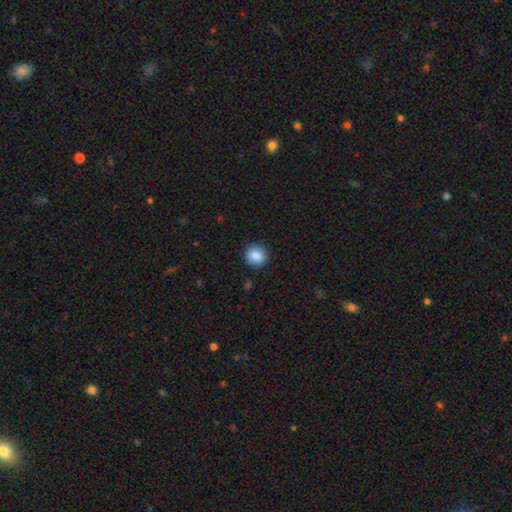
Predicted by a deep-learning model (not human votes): Smooth or featured: smooth — 88% (star or artifact — 8%)
How rounded: round — 75% (in between — 24%)
Merging: none — 87% (minor disturbance — 9%)